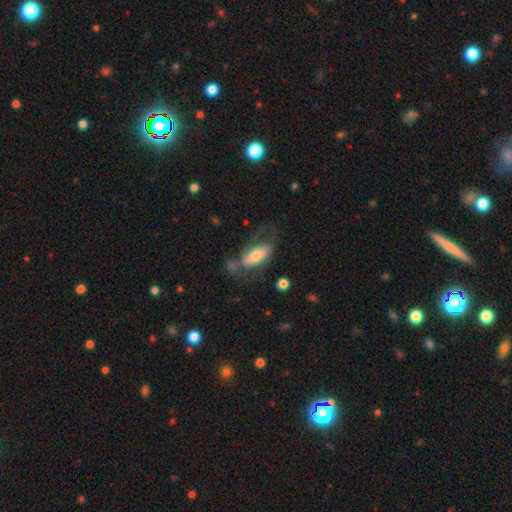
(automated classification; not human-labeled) Smooth or featured?
  - smooth: 60% *
  - featured or disk: 33%
  - star or artifact: 6%
How rounded?
  - in between: 82% *
  - cigar-shaped: 16%
  - round: 3%
Merging?
  - none: 40% *
  - major disturbance: 28%
  - minor disturbance: 24%
  - merger: 8%